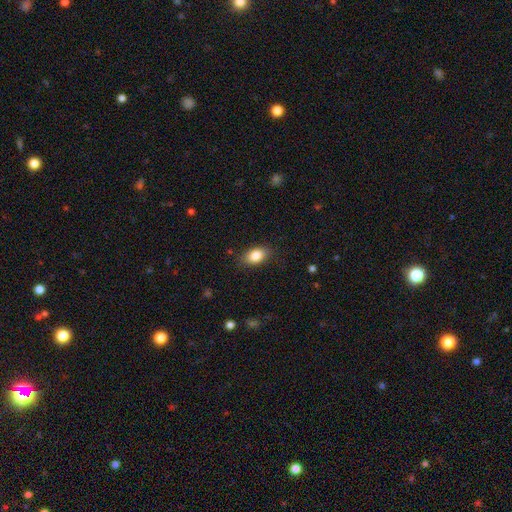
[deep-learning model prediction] A smooth galaxy with no disk features (86%) that is in between round and cigar-shaped (86%).

Vote fractions:
- Smooth or featured? smooth: 86% / star or artifact: 8% / featured or disk: 6%
- How rounded? in between: 86% / round: 12% / cigar-shaped: 2%
- Merging? none: 84% / minor disturbance: 12% / major disturbance: 3% / merger: 1%